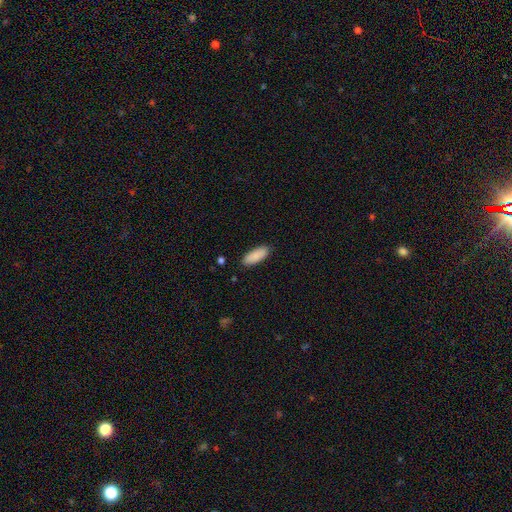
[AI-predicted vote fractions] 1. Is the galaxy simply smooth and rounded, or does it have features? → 89% smooth, 6% star or artifact, 5% featured or disk.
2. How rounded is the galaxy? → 74% in between, 25% cigar-shaped, 2% round.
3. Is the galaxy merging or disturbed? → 88% none, 9% minor disturbance, 2% major disturbance, 1% merger.